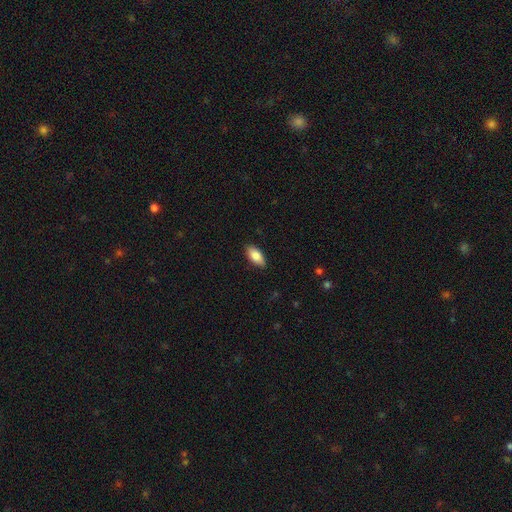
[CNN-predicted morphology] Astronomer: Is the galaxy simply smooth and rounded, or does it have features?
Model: smooth — 82%.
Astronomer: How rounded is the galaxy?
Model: in between — 88%.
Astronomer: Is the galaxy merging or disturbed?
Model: none — 87%.